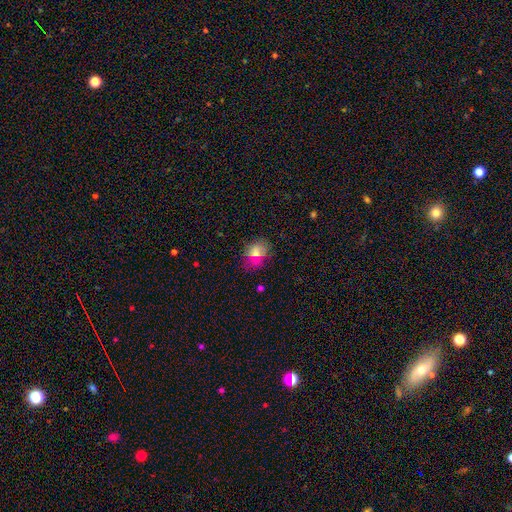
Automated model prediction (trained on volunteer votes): A smooth galaxy with no disk features (66%) that is in between round and cigar-shaped (62%).

Vote fractions:
- Smooth or featured? smooth: 66% / star or artifact: 18% / featured or disk: 15%
- How rounded? in between: 62% / round: 36% / cigar-shaped: 2%
- Merging? none: 77% / minor disturbance: 15% / major disturbance: 5% / merger: 3%